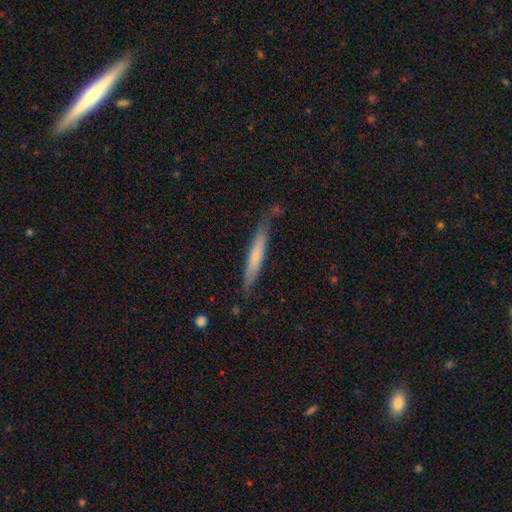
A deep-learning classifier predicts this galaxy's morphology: Smooth or featured: smooth — 57% (featured or disk — 38%)
How rounded: cigar-shaped — 94% (in between — 5%)
Merging: none — 75% (minor disturbance — 19%)